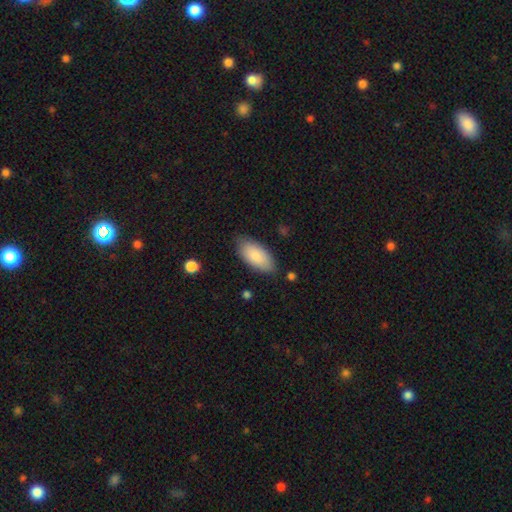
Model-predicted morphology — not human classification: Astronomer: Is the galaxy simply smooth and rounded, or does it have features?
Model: smooth — 85%.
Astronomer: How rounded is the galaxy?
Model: in between — 91%.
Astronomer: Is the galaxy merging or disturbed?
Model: none — 80%.